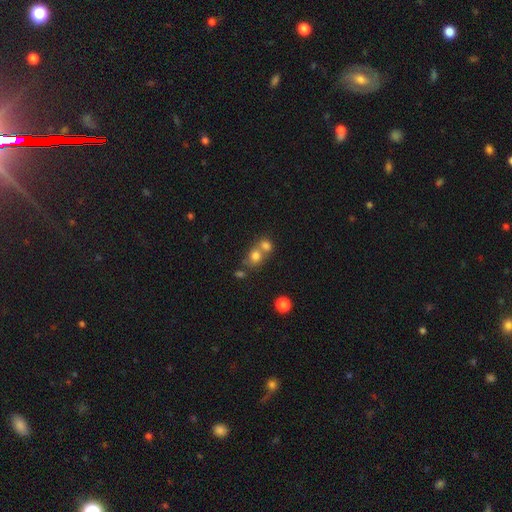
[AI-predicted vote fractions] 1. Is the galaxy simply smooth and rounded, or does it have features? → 76% smooth, 13% star or artifact, 11% featured or disk.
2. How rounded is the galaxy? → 68% round, 31% in between, 1% cigar-shaped.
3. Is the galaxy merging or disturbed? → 56% merger, 34% none, 7% minor disturbance, 4% major disturbance.